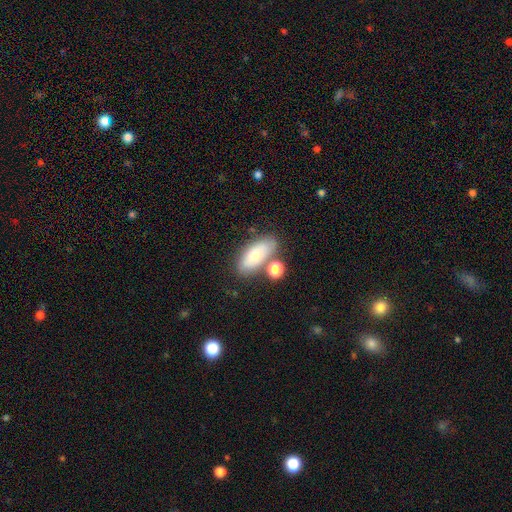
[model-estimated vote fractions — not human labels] Q: Smooth or featured?
A: smooth (69%); runner-up: featured or disk (22%)
Q: How rounded?
A: in between (85%); runner-up: cigar-shaped (10%)
Q: Merging?
A: none (65%); runner-up: merger (15%)